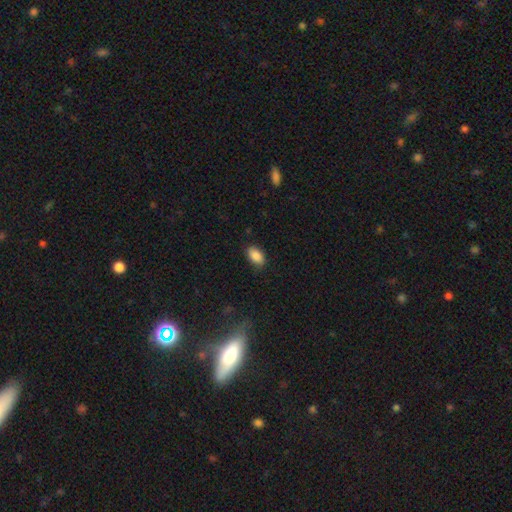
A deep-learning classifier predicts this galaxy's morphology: A smooth galaxy with no disk features (87%) that is in between round and cigar-shaped (91%). Merging: none (80%).